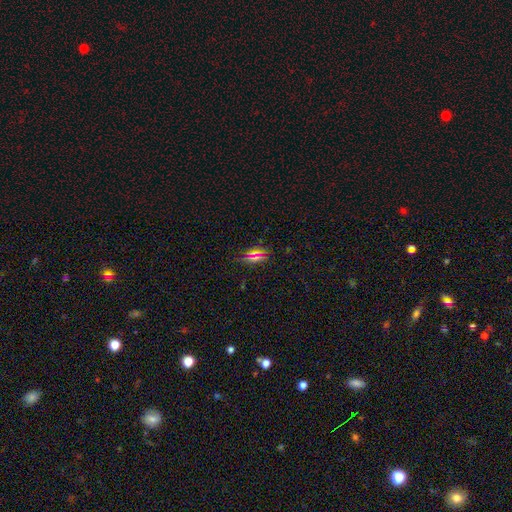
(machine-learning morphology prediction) This appears to be a smooth galaxy with no disk features (58%) that is in between round and cigar-shaped (74%). Merging: none (79%).